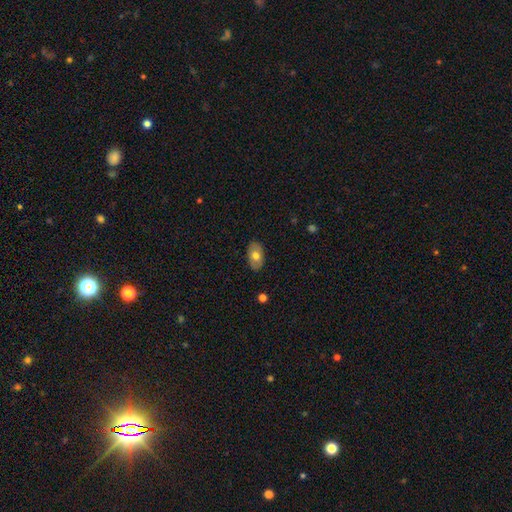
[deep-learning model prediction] Smooth or featured: smooth — 67% (featured or disk — 27%)
How rounded: in between — 92% (round — 6%)
Merging: none — 87% (minor disturbance — 10%)